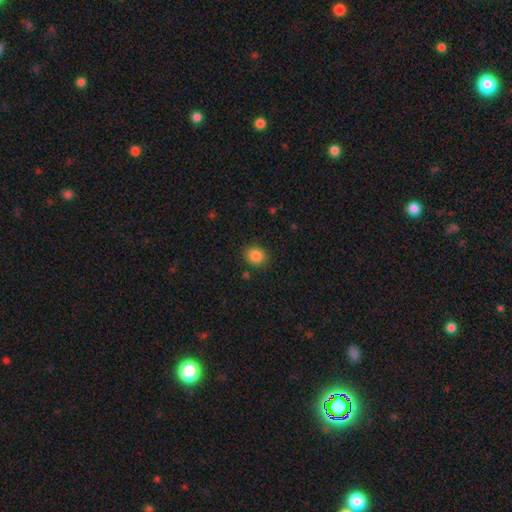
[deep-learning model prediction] Q: Smooth or featured?
A: smooth (86%); runner-up: star or artifact (10%)
Q: How rounded?
A: round (76%); runner-up: in between (23%)
Q: Merging?
A: none (87%); runner-up: minor disturbance (8%)